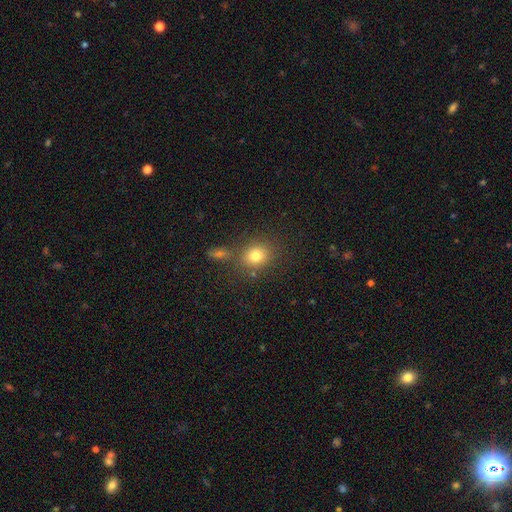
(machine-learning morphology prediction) Smooth or featured: smooth — 78% (star or artifact — 13%)
How rounded: round — 68% (in between — 31%)
Merging: none — 71% (merger — 14%)